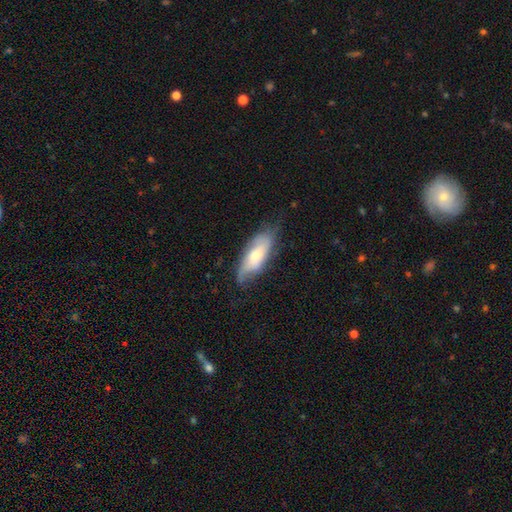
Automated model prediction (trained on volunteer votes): smooth-or-featured: smooth: 48% | featured or disk: 45% | star or artifact: 7%
  merging: none: 60% | minor disturbance: 29% | major disturbance: 9% | merger: 2%